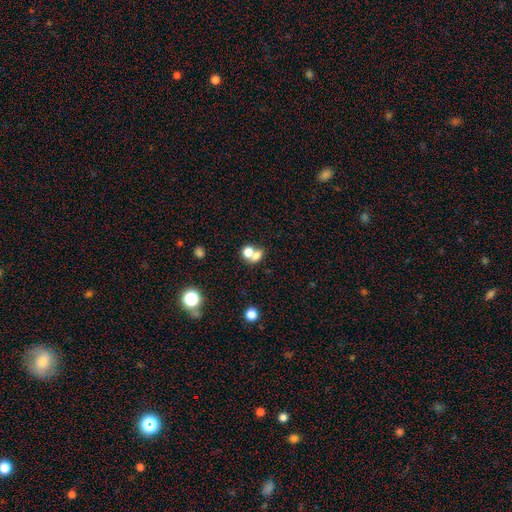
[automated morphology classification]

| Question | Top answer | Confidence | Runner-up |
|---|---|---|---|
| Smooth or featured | smooth | 71% | featured or disk (15%) |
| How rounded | round | 56% | in between (42%) |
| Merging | merger | 55% | none (34%) |